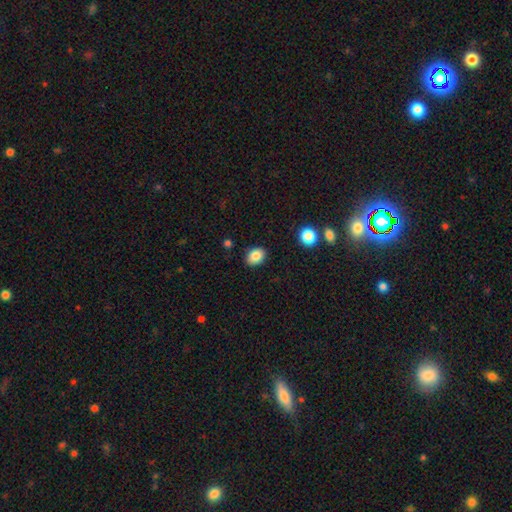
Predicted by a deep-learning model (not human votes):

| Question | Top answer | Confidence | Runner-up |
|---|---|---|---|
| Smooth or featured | smooth | 85% | star or artifact (9%) |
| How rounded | in between | 61% | round (38%) |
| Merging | none | 88% | minor disturbance (9%) |